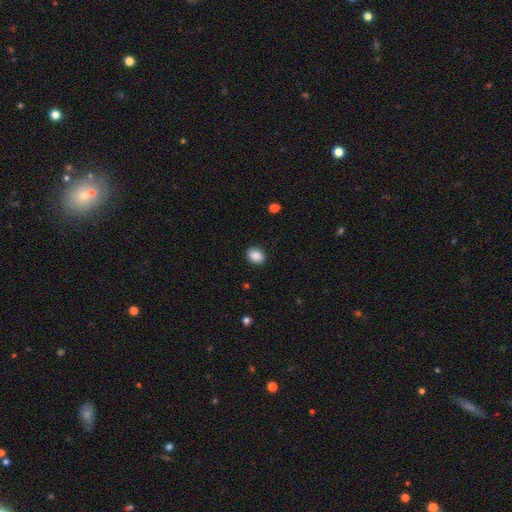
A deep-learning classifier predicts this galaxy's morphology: Smooth or featured: smooth — 89% (star or artifact — 8%)
How rounded: in between — 70% (round — 29%)
Merging: none — 90% (minor disturbance — 7%)